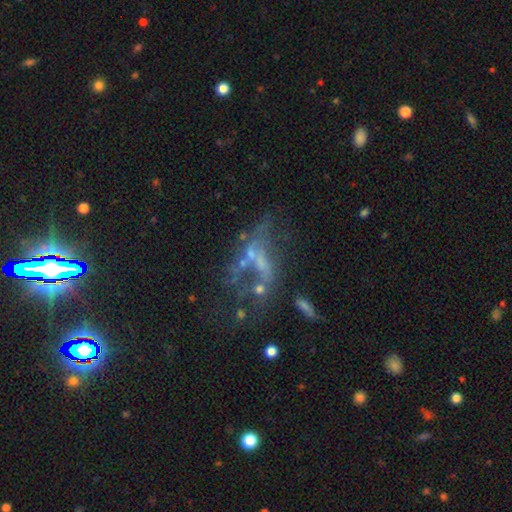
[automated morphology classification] This is possibly a featured or disk galaxy (59%). It is clearly not viewed edge-on (93%). Bar: clearly no (80%). Spiral arm pattern: clearly no (85%). Central bulge: likely none (67%). Merging: marginally major disturbance (36%).